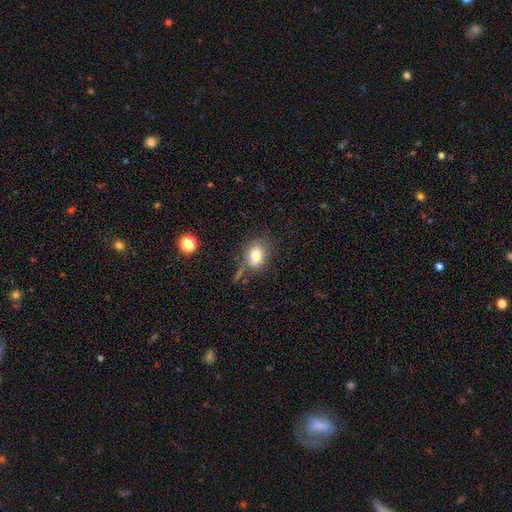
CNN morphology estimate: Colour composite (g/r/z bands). It shows a smooth galaxy with no disk features (79%) that is in between round and cigar-shaped (75%). Merging: none (59%).